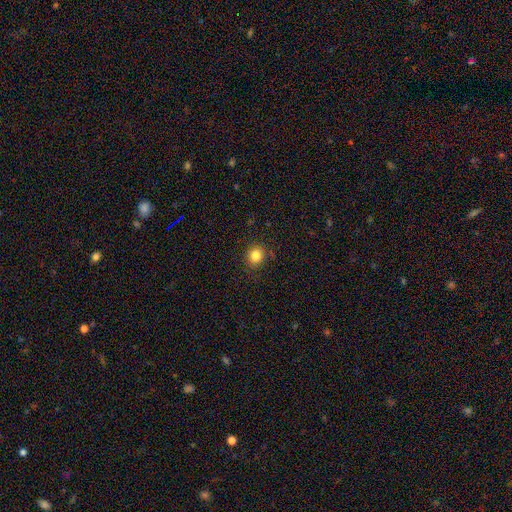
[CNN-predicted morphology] Smooth or featured? Predicted: smooth (p=0.83). How rounded? Predicted: round (p=0.83). Merging? Predicted: none (p=0.88).